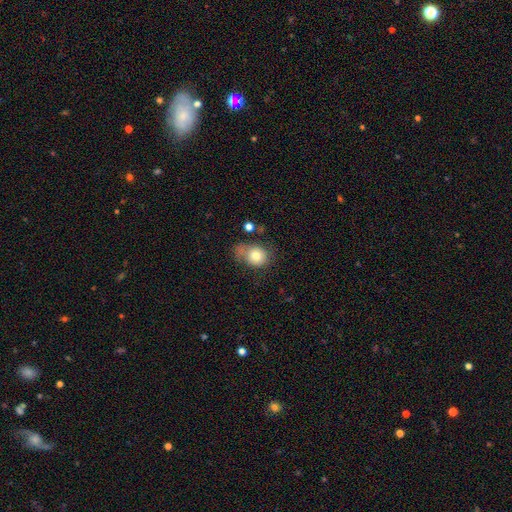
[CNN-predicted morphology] This appears to be a smooth galaxy with no disk features (77%) that is round (56%). Merging: none (39%).